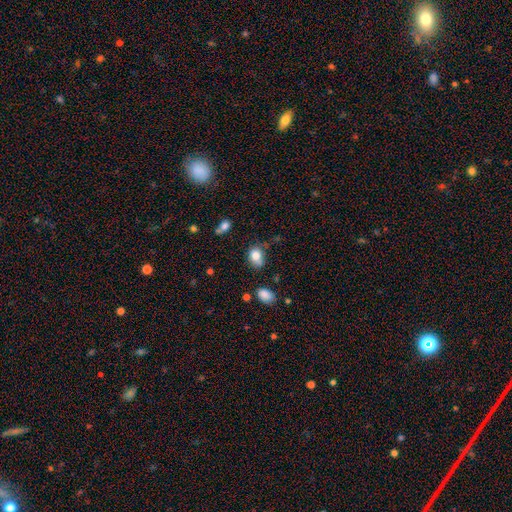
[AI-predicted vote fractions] Smooth or featured? Predicted: smooth (p=0.80). How rounded? Predicted: in between (p=0.59). Merging? Predicted: none (p=0.49).